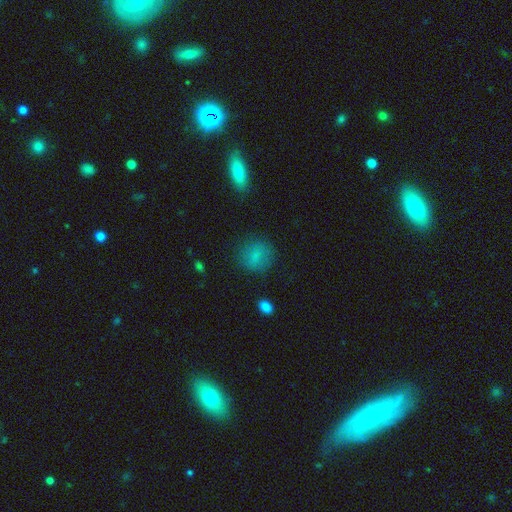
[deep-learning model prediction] smooth_or_featured: smooth (p=0.79) [alt: star or artifact p=0.11]
how_rounded: round (p=0.79) [alt: in between p=0.19]
merging: none (p=0.80) [alt: minor disturbance p=0.13]